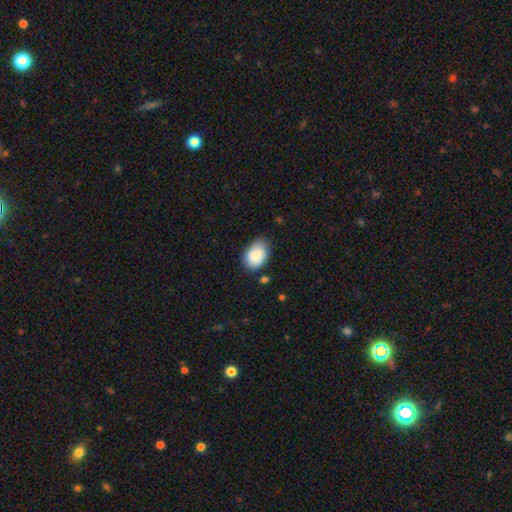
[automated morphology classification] Smooth or featured? Predicted: smooth (p=0.85). How rounded? Predicted: in between (p=0.82). Merging? Predicted: none (p=0.67).